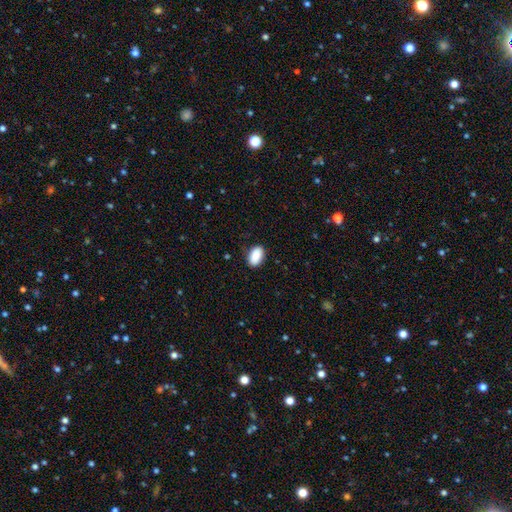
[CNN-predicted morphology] Smooth or featured: smooth — 89% (star or artifact — 7%)
How rounded: in between — 92% (round — 7%)
Merging: none — 84% (minor disturbance — 12%)